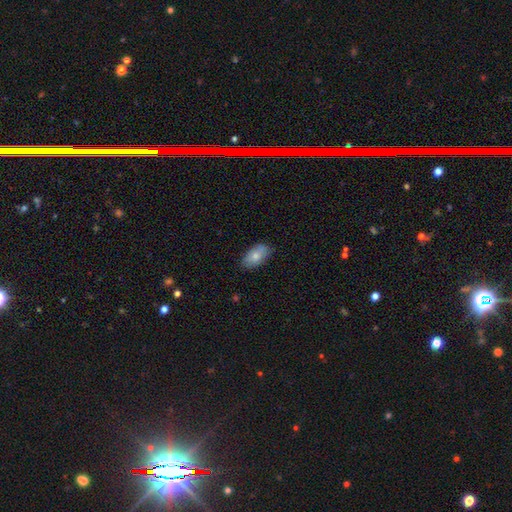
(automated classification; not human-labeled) Overall: smooth (77%). How rounded: in between (93%). Merging: none (80%).